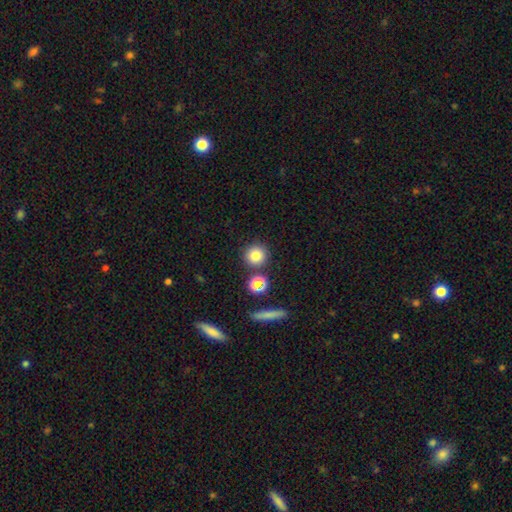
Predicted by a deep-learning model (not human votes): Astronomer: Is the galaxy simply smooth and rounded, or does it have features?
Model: smooth — 81%.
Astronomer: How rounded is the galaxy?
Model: round — 92%.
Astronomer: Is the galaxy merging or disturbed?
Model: none — 82%.